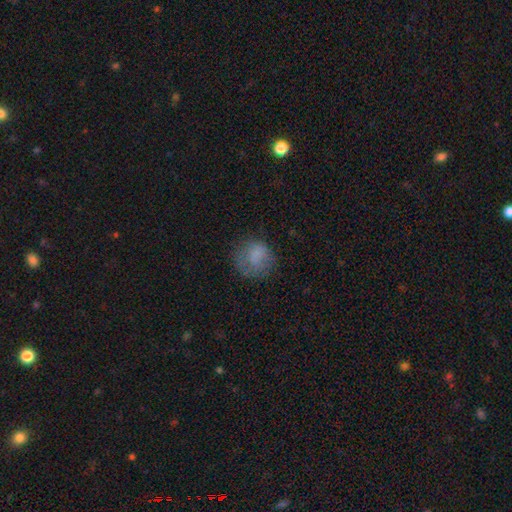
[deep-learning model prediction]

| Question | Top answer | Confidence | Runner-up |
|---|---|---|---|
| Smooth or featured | smooth | 74% | featured or disk (15%) |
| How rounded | round | 79% | in between (20%) |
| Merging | none | 61% | minor disturbance (22%) |